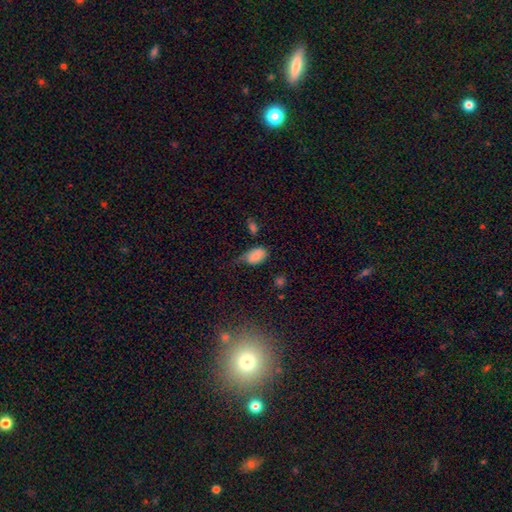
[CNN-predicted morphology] This is clearly a smooth galaxy (81%). How rounded: clearly in between (90%). Merging: marginally minor disturbance (43%).